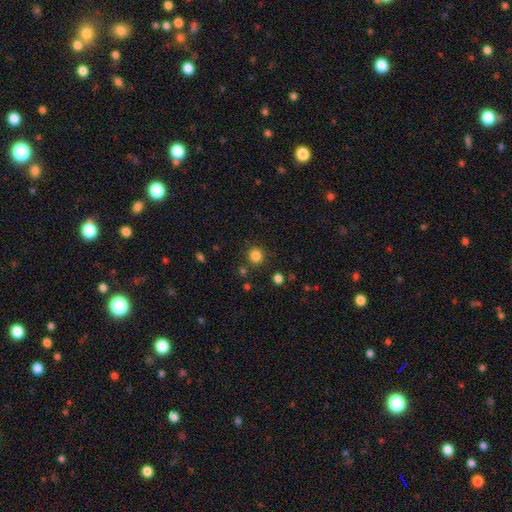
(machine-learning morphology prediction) The model was most divided on "smooth or featured": smooth: 83%, star or artifact: 13%, featured or disk: 4%. More confident: how rounded — round (89%); merging — none (86%).